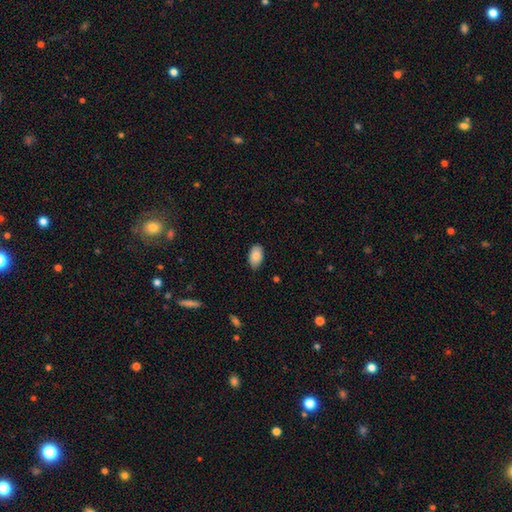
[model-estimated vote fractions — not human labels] smooth_or_featured: smooth (p=0.88) [alt: star or artifact p=0.07]
how_rounded: in between (p=0.94) [alt: round p=0.05]
merging: none (p=0.85) [alt: minor disturbance p=0.12]